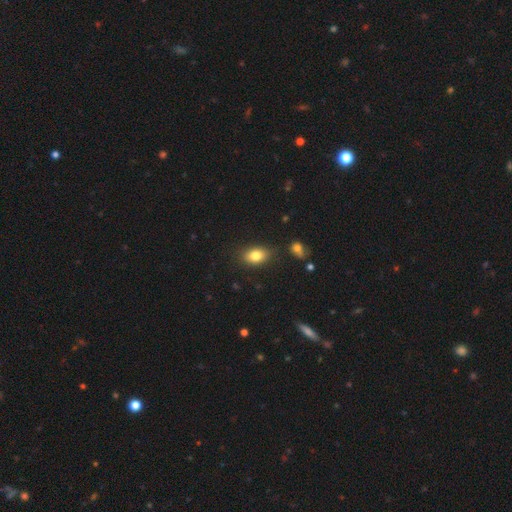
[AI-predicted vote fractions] The model was most divided on "how rounded": in between: 82%, round: 16%, cigar-shaped: 2%. More confident: merging — none (81%); smooth or featured — smooth (81%).